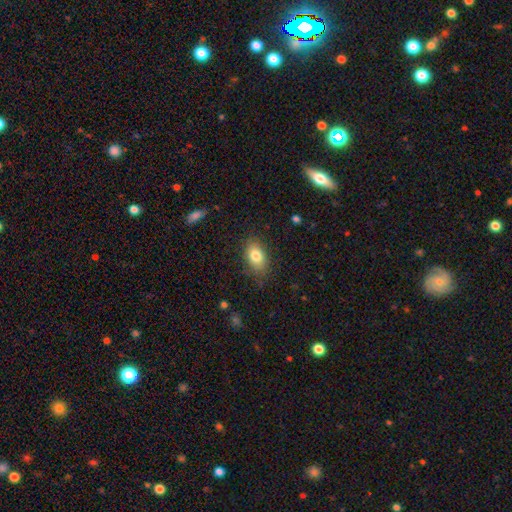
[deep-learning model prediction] Overall: smooth (81%). How rounded: in between (87%). Merging: none (81%).